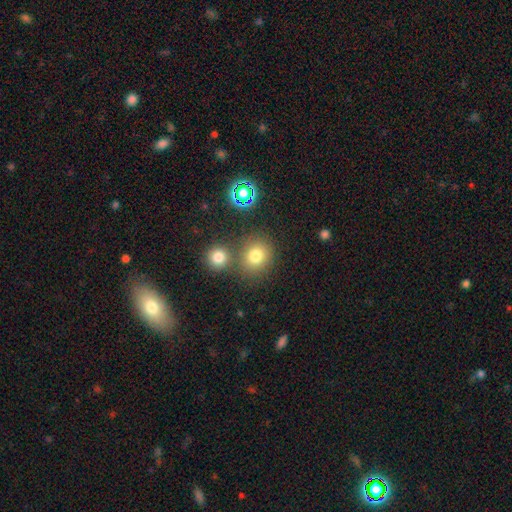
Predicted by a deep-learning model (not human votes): Smooth or featured? Predicted: smooth (p=0.76). How rounded? Predicted: round (p=0.80). Merging? Predicted: none (p=0.70).